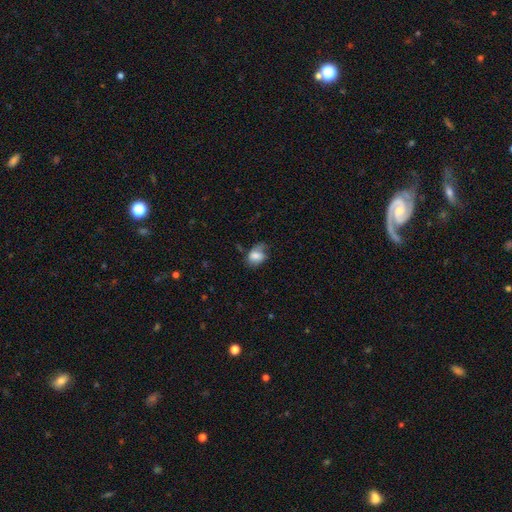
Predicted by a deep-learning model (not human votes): smooth_or_featured: smooth (p=0.73) [alt: featured or disk p=0.19]
how_rounded: in between (p=0.74) [alt: round p=0.24]
merging: none (p=0.40) [alt: minor disturbance p=0.37]